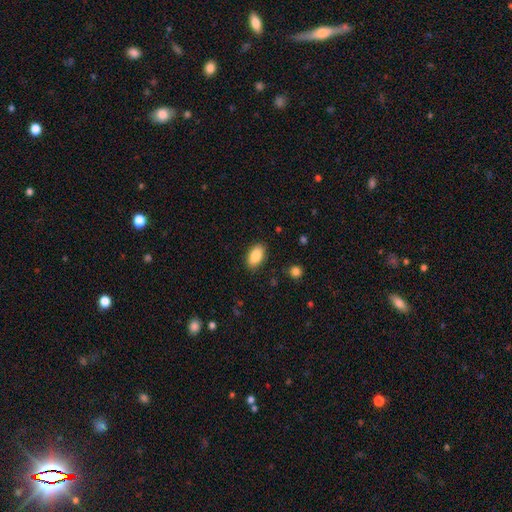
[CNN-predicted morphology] Q: Smooth or featured?
A: smooth (88%); runner-up: star or artifact (7%)
Q: How rounded?
A: in between (93%); runner-up: round (4%)
Q: Merging?
A: none (86%); runner-up: minor disturbance (10%)